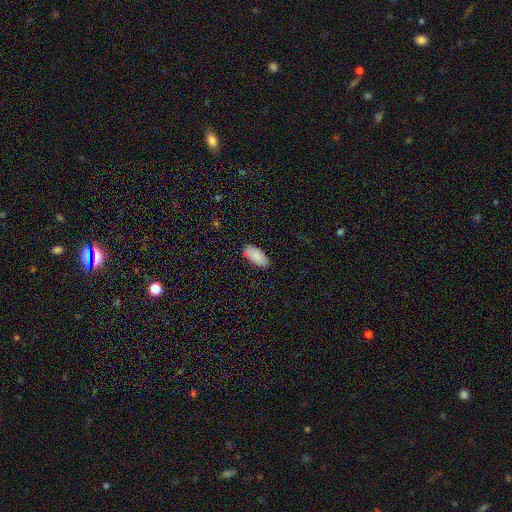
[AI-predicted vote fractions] The model was most divided on "merging": none: 86%, minor disturbance: 11%, major disturbance: 2%, merger: 1%. More confident: how rounded — in between (91%); smooth or featured — smooth (90%).